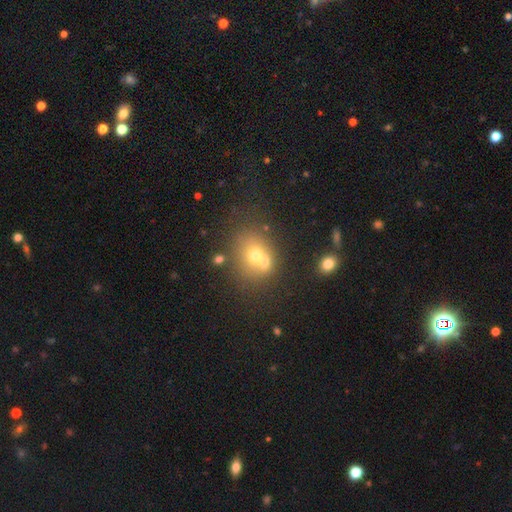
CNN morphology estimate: Smooth or featured? Predicted: smooth (p=0.63). How rounded? Predicted: round (p=0.66). Merging? Predicted: none (p=0.44).